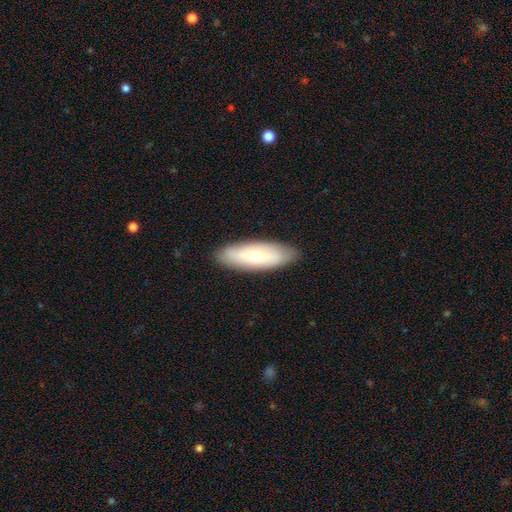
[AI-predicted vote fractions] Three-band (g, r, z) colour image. It shows a smooth galaxy with no disk features (57%) that is in between round and cigar-shaped (60%). Merging: none (86%).